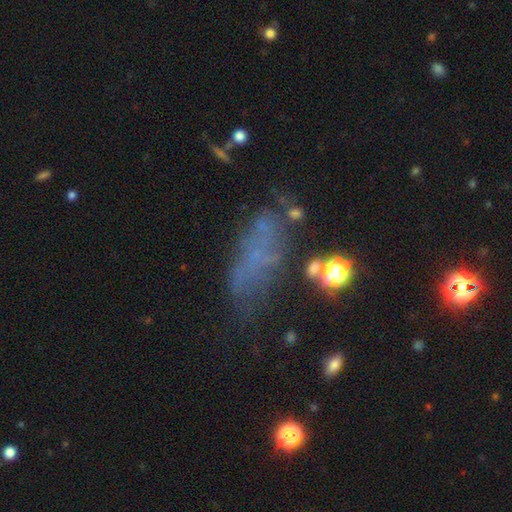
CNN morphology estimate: Smooth or featured? featured or disk (39%)
Merging? none (45%)